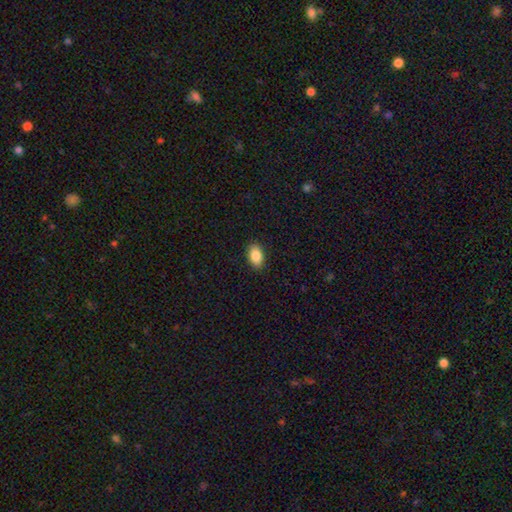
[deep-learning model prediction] A smooth galaxy with no disk features (86%) that is in between round and cigar-shaped (91%).

Vote fractions:
- Smooth or featured? smooth: 86% / star or artifact: 8% / featured or disk: 6%
- How rounded? in between: 91% / round: 7% / cigar-shaped: 2%
- Merging? none: 90% / minor disturbance: 8% / major disturbance: 2% / merger: 1%